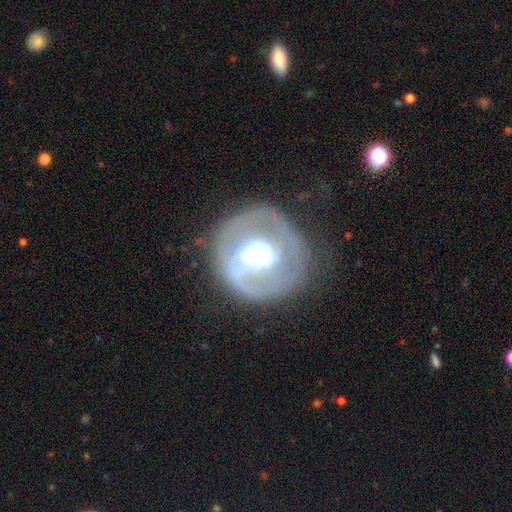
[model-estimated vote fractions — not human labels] Morphology: type=featured or disk (66%); edge-on=no (96%); bar=no (47%); spiral arms=yes (52%); bulge=moderate (49%); merging=none (62%).